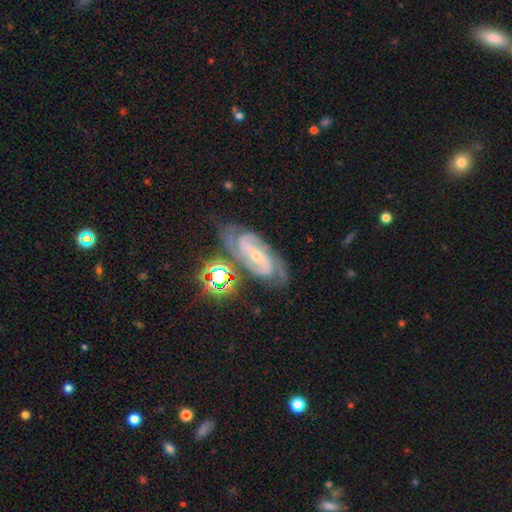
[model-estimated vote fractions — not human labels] A featured or disk galaxy (88%) with no bar (37%), 2 (59%) tight (57%) spiral arms (98%) and a small central bulge (73%).

Vote fractions:
- Smooth or featured? featured or disk: 88% / star or artifact: 8% / smooth: 4%
- Edge-on disk? no: 96% / yes: 4%
- Bar? no: 37% / weak: 35% / strong: 28%
- Spiral arms? yes: 98% / no: 2%
- Spiral winding? tight: 57% / medium: 37% / loose: 6%
- Spiral arm count? 2: 59% / 3: 21% / can't tell: 8% / 4: 5% / more than 4: 3% / 1: 3%
- Bulge size? small: 73% / moderate: 24% / none: 2% / large: 1% / dominant: 1%
- Merging? none: 70% / minor disturbance: 19% / major disturbance: 7% / merger: 4%